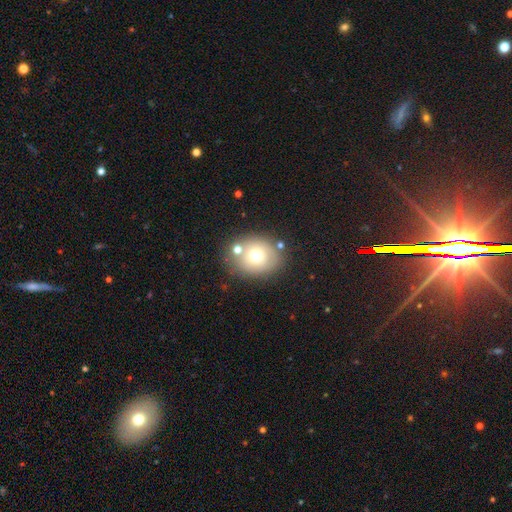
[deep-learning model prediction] smooth_or_featured: smooth (p=0.68) [alt: featured or disk p=0.19]
how_rounded: round (p=0.62) [alt: in between p=0.37]
merging: none (p=0.72) [alt: minor disturbance p=0.13]